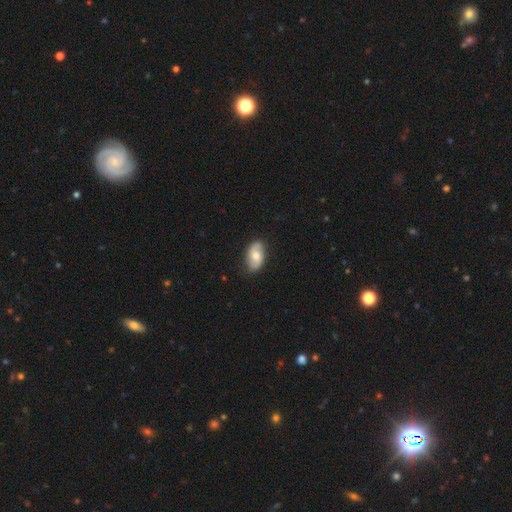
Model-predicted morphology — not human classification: This is possibly a smooth galaxy (53%). How rounded: clearly in between (93%). Merging: clearly none (82%).